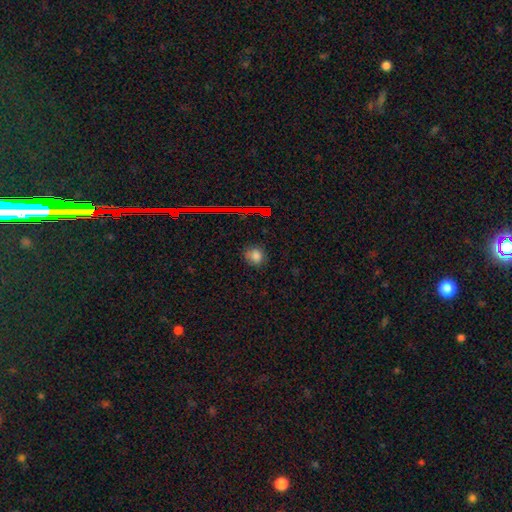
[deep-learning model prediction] Smooth or featured? smooth (79%)
How rounded? round (74%)
Merging? none (80%)